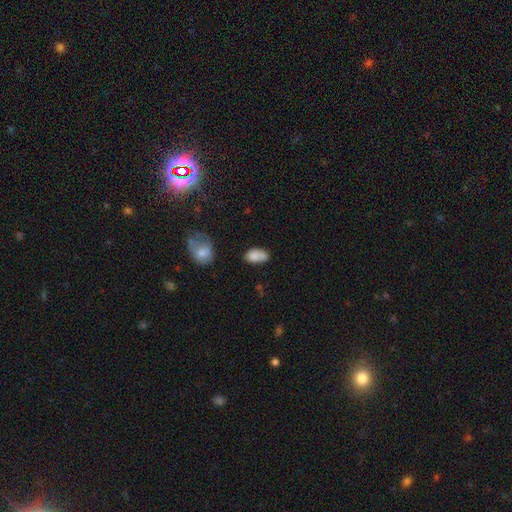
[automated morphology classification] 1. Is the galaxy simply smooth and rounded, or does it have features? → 82% smooth, 9% featured or disk, 8% star or artifact.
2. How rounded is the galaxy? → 92% in between, 5% round, 3% cigar-shaped.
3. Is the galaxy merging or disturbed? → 54% none, 28% minor disturbance, 10% merger, 7% major disturbance.